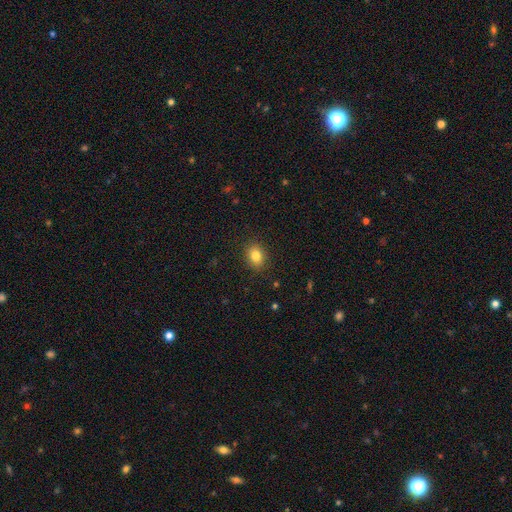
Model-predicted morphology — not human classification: This appears to be a smooth galaxy with no disk features (83%) that is in between round and cigar-shaped (61%). Merging: none (89%).